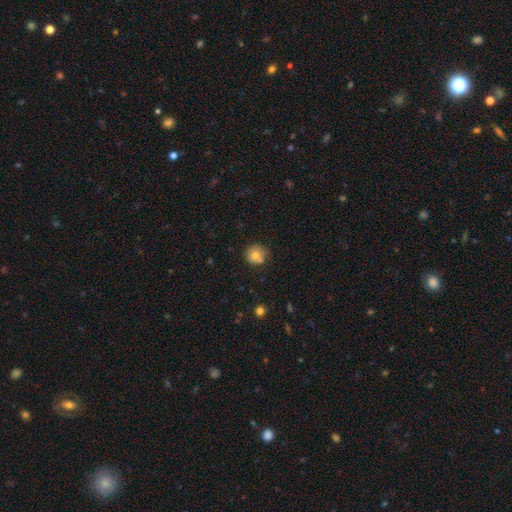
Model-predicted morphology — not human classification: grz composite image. It shows a smooth galaxy with no disk features (79%) that is round (90%). Merging: none (69%).